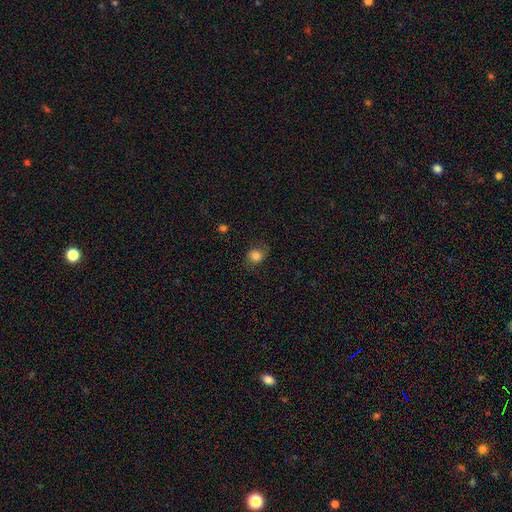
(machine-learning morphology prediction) Q: Smooth or featured?
A: smooth (79%); runner-up: star or artifact (11%)
Q: How rounded?
A: round (68%); runner-up: in between (31%)
Q: Merging?
A: none (72%); runner-up: minor disturbance (19%)